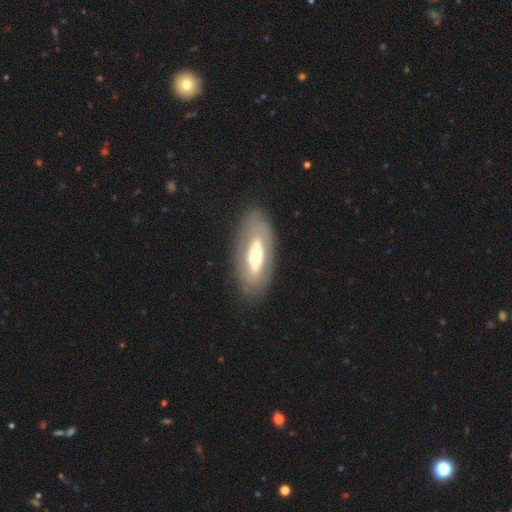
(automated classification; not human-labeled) A featured or disk galaxy (56%).

Vote fractions:
- Smooth or featured? featured or disk: 56% / smooth: 38% / star or artifact: 6%
- Edge-on disk? no: 81% / yes: 19%
- Merging? none: 80% / minor disturbance: 12% / major disturbance: 6% / merger: 2%